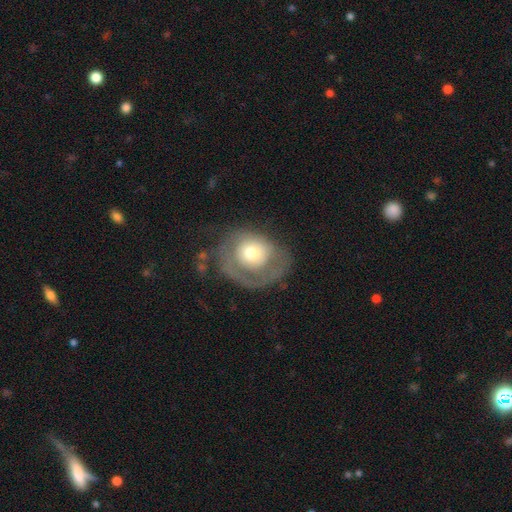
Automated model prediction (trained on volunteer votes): Smooth or featured? Predicted: featured or disk (p=0.60). Edge-on disk? Predicted: no (p=0.96). Bar? Predicted: no (p=0.84). Spiral arms? Predicted: yes (p=0.61). Bulge size? Predicted: moderate (p=0.61). Merging? Predicted: none (p=0.49).